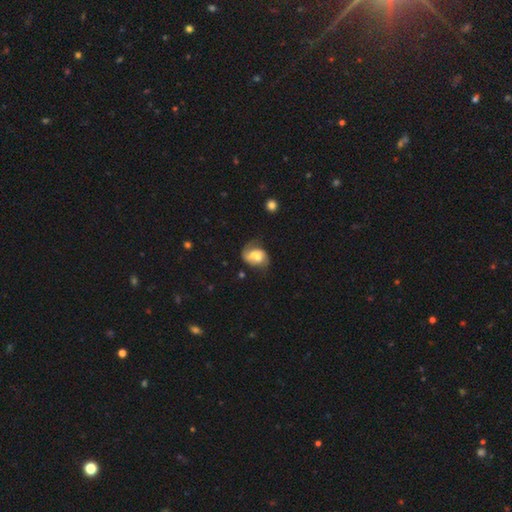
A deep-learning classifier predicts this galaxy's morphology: Smooth or featured? featured or disk (54%)
Edge-on disk? no (97%)
Bar? no (46%)
Spiral arms? yes (79%)
Bulge size? moderate (37%)
Merging? none (41%)